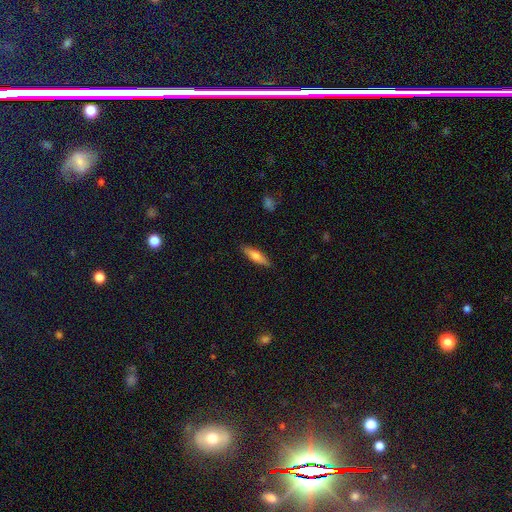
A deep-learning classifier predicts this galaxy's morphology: Smooth or featured? Predicted: smooth (p=0.63). How rounded? Predicted: cigar-shaped (p=0.71). Merging? Predicted: none (p=0.89).